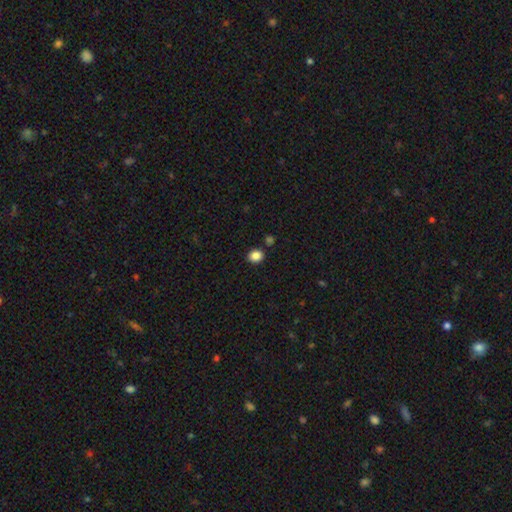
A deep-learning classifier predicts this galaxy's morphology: smooth_or_featured: smooth (p=0.86) [alt: star or artifact p=0.10]
how_rounded: round (p=0.63) [alt: in between p=0.36]
merging: none (p=0.86) [alt: minor disturbance p=0.07]